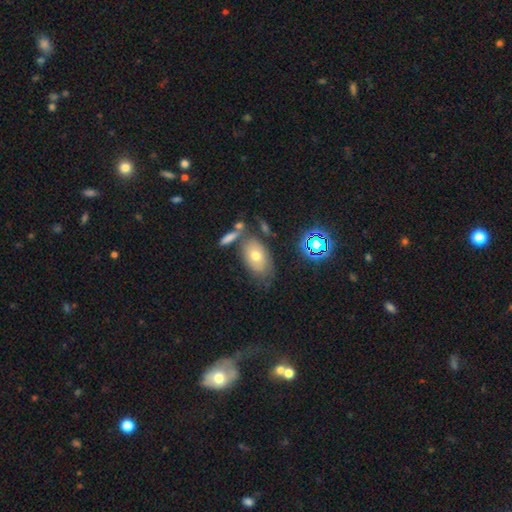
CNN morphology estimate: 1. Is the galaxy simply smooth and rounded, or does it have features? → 58% smooth, 28% featured or disk, 14% star or artifact.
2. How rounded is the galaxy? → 88% in between, 10% round, 2% cigar-shaped.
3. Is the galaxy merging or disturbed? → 62% none, 19% minor disturbance, 12% merger, 8% major disturbance.